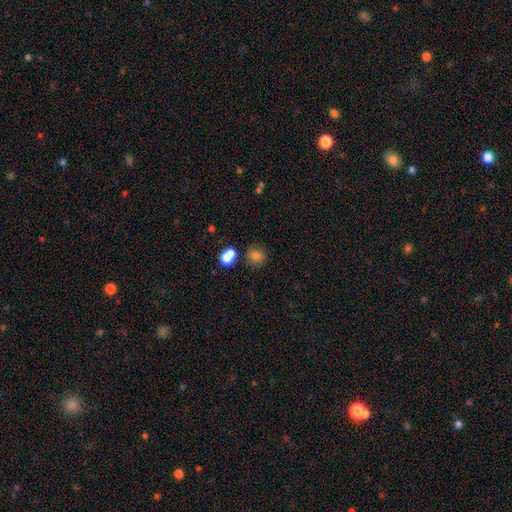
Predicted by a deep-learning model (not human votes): smooth-or-featured: smooth: 78% | star or artifact: 13% | featured or disk: 9%
  how-rounded: round: 71% | in between: 28% | cigar-shaped: 1%
  merging: none: 68% | merger: 15% | minor disturbance: 12% | major disturbance: 4%